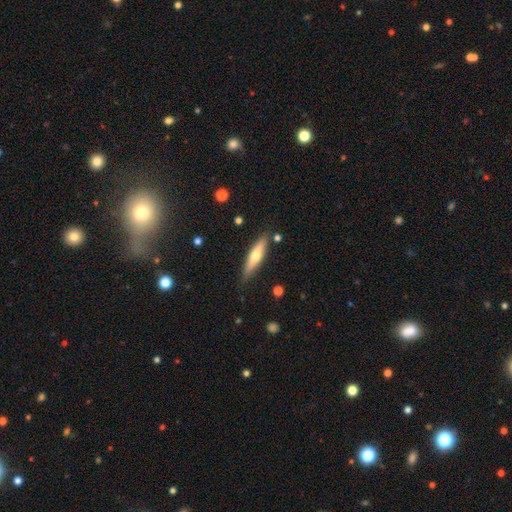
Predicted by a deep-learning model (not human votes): This appears to be a featured or disk galaxy (51%) viewed edge-on (91%). Merging: none (83%).